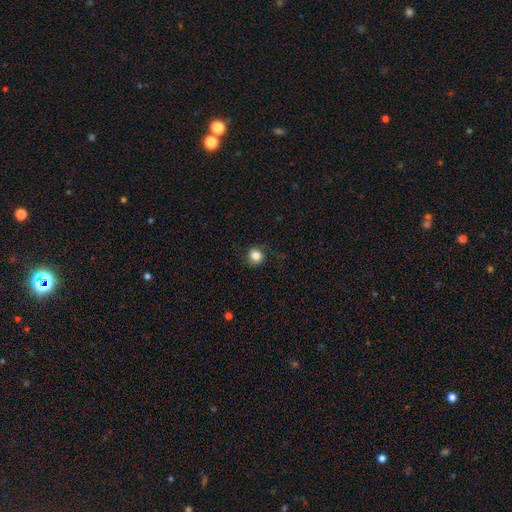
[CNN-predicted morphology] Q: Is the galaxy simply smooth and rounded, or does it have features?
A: smooth — 82%.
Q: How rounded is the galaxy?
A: round — 84%.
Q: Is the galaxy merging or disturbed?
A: none — 80%.